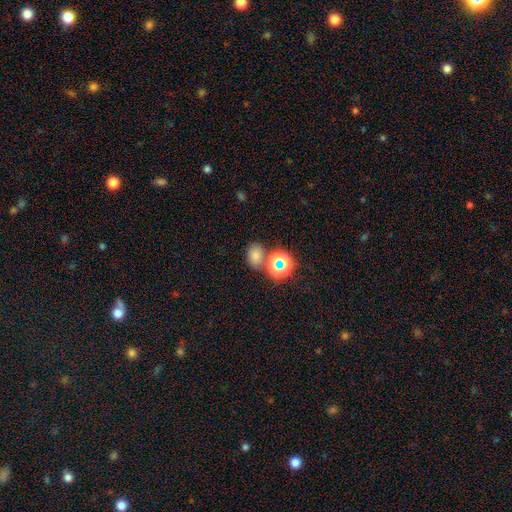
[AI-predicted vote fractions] This is likely a smooth galaxy (69%). How rounded: likely in between (64%). Merging: likely none (68%).